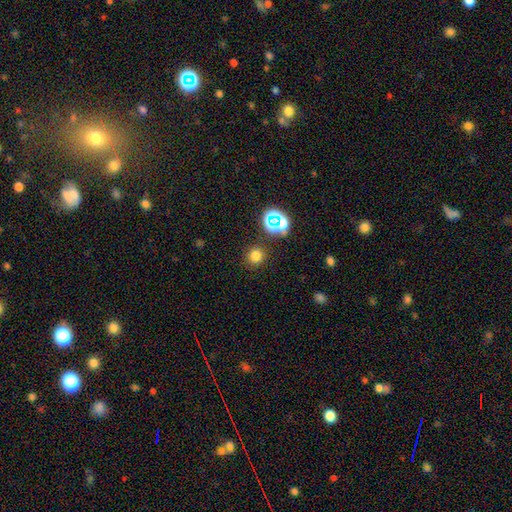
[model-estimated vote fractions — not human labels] smooth_or_featured: smooth (p=0.74) [alt: star or artifact p=0.20]
how_rounded: round (p=0.91) [alt: in between p=0.08]
merging: none (p=0.87) [alt: minor disturbance p=0.07]